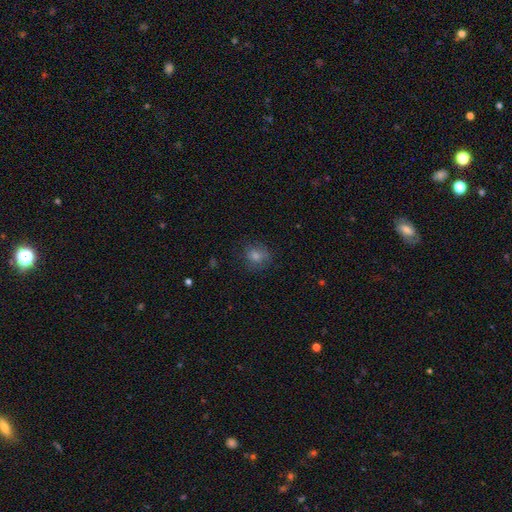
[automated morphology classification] Smooth or featured? smooth (66%)
How rounded? round (72%)
Merging? none (78%)